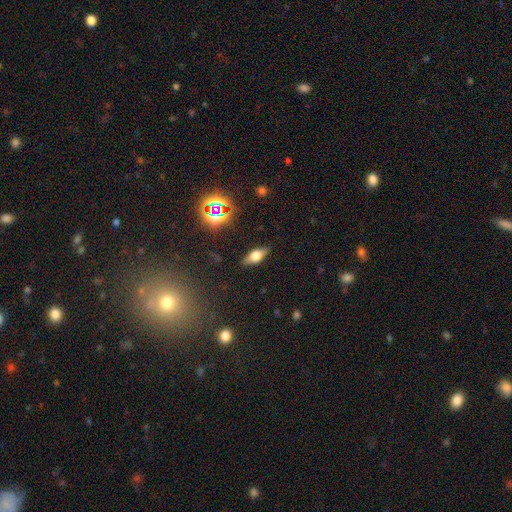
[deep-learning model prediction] smooth_or_featured: smooth (p=0.46) [alt: featured or disk p=0.40]
merging: none (p=0.85) [alt: minor disturbance p=0.11]